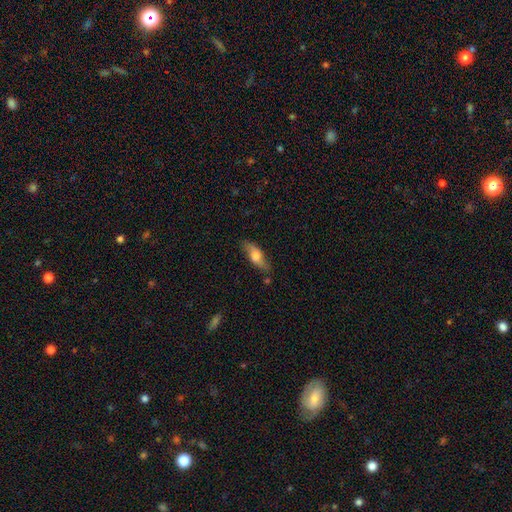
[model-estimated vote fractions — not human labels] smooth_or_featured: smooth (p=0.55) [alt: featured or disk p=0.39]
how_rounded: in between (p=0.58) [alt: cigar-shaped p=0.39]
merging: none (p=0.76) [alt: minor disturbance p=0.18]